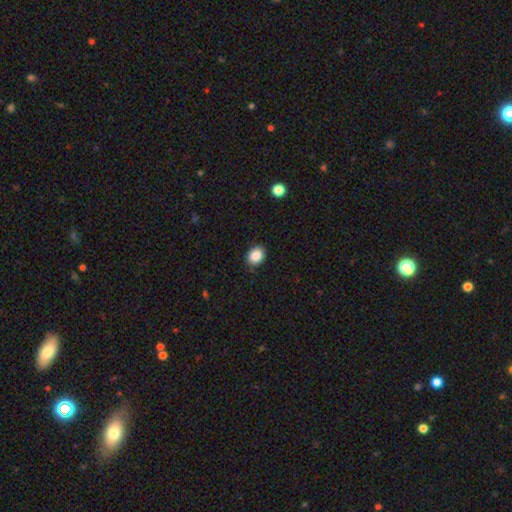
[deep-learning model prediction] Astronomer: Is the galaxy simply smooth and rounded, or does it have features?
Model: smooth — 87%.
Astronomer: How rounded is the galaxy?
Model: round — 52% (runner-up: in between, 47%).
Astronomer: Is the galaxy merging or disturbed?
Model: none — 89%.